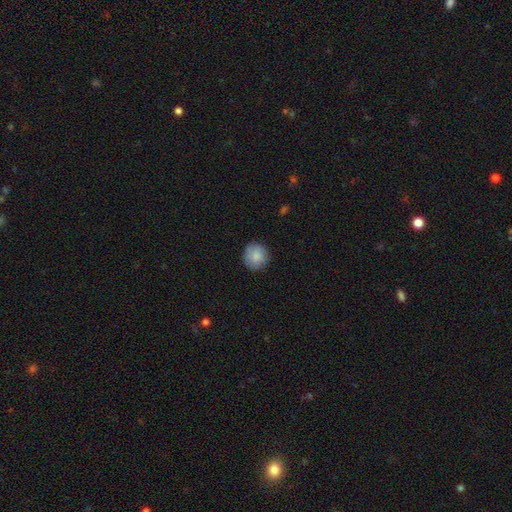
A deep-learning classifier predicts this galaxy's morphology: Smooth or featured?
  - smooth: 86% *
  - featured or disk: 7%
  - star or artifact: 7%
How rounded?
  - round: 90% *
  - in between: 9%
  - cigar-shaped: 1%
Merging?
  - none: 84% *
  - minor disturbance: 12%
  - major disturbance: 3%
  - merger: 1%